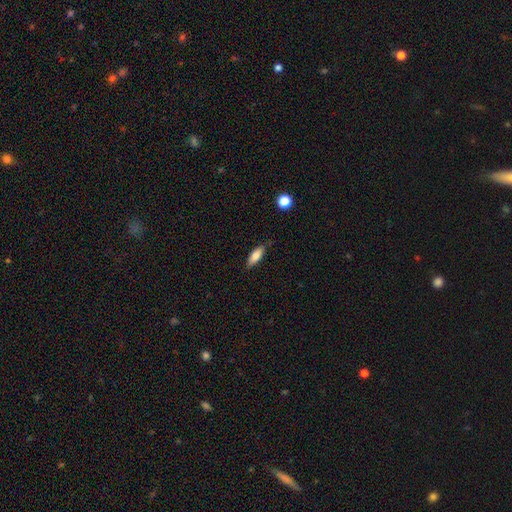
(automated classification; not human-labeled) smooth_or_featured: smooth (p=0.76) [alt: featured or disk p=0.17]
how_rounded: in between (p=0.61) [alt: cigar-shaped p=0.37]
merging: none (p=0.82) [alt: minor disturbance p=0.14]